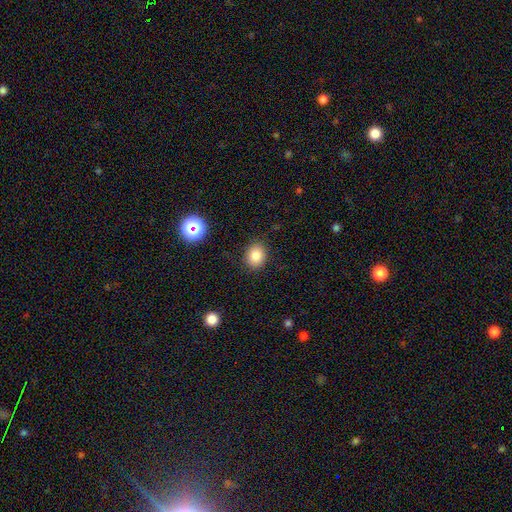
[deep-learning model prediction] A smooth galaxy with no disk features (82%) that is round (64%).

Vote fractions:
- Smooth or featured? smooth: 82% / star or artifact: 12% / featured or disk: 6%
- How rounded? round: 64% / in between: 35% / cigar-shaped: 1%
- Merging? none: 88% / minor disturbance: 8% / major disturbance: 3% / merger: 1%